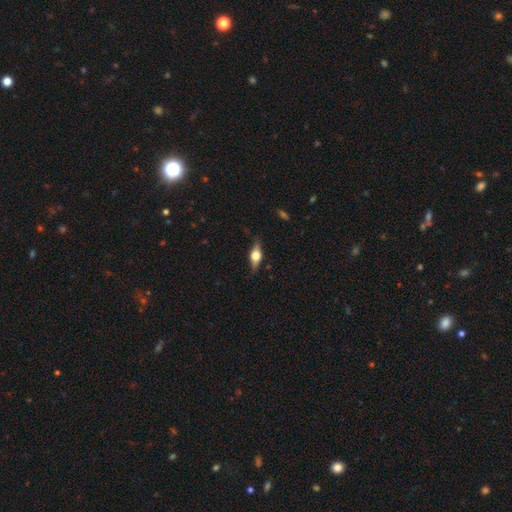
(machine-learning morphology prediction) This is possibly a featured or disk galaxy (56%). It is clearly viewed edge-on (93%). Edge-on bulge: clearly rounded (94%). Merging: clearly none (81%).